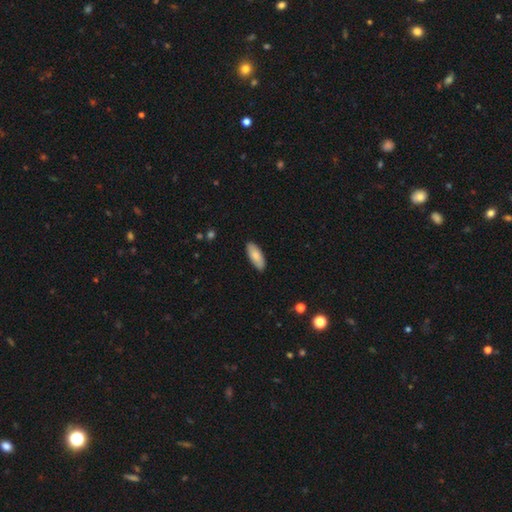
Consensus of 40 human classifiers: Volunteers were most divided on "how rounded": in between: 54%, cigar-shaped: 46%, round: 0%. More confident: merging — none (97%); smooth or featured — smooth (88%).